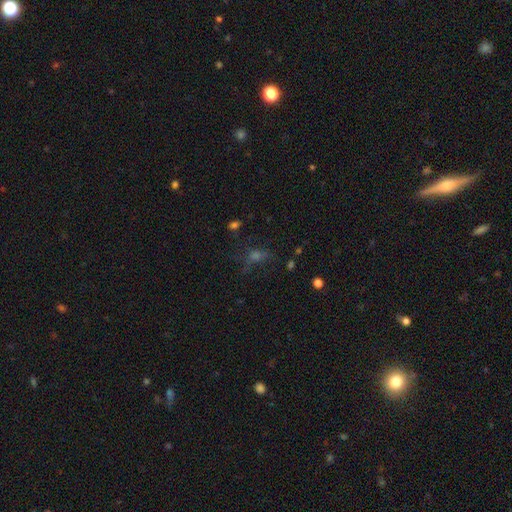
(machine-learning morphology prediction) Overall: star or artifact (44%; smooth 35%).